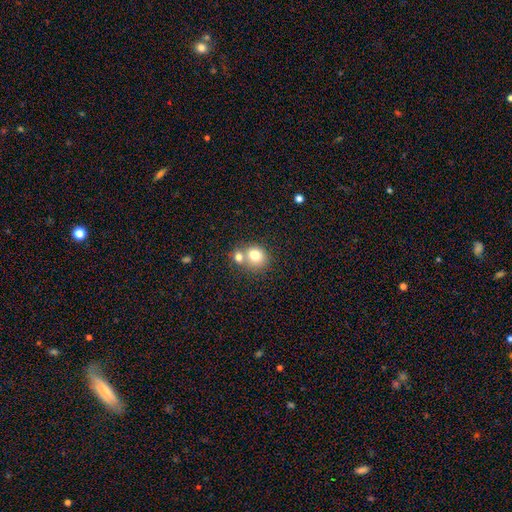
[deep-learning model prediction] Morphology: type=smooth (78%); roundness=round (72%); merging=merger (46%).